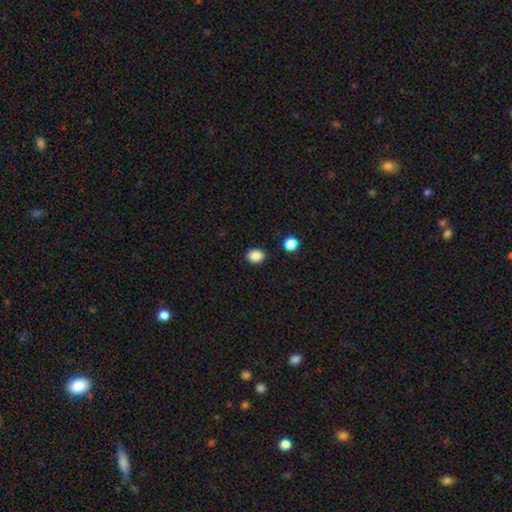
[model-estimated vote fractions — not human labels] Q: Smooth or featured?
A: smooth (87%); runner-up: star or artifact (10%)
Q: How rounded?
A: round (50%); runner-up: in between (49%)
Q: Merging?
A: none (88%); runner-up: minor disturbance (8%)